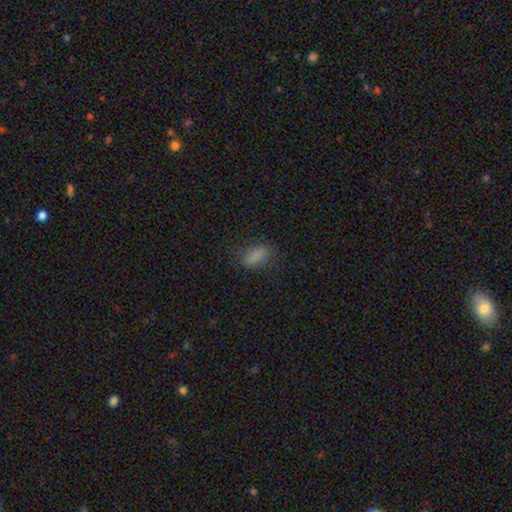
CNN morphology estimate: This appears to be a smooth galaxy with no disk features (81%) that is in between round and cigar-shaped (78%). Merging: none (74%).